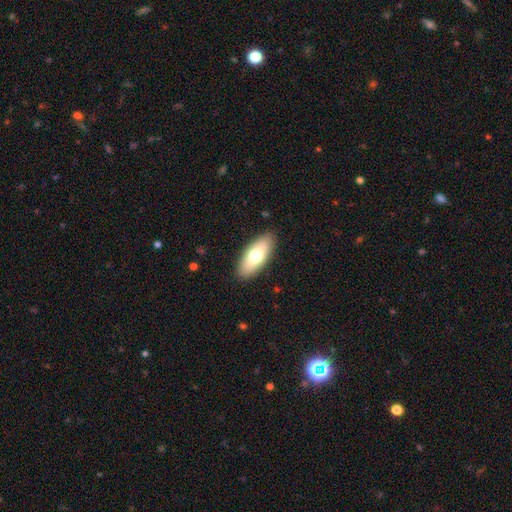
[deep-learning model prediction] smooth 70%, featured or disk 24%, star or artifact 6%. Down the decision tree: how rounded — in between (82%); merging — none (89%).